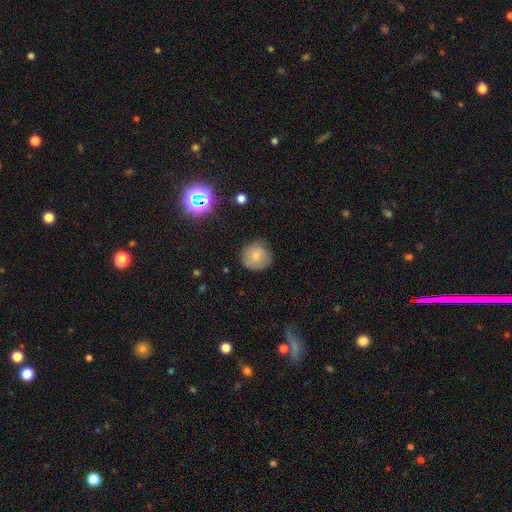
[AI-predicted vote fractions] smooth_or_featured: smooth (p=0.77) [alt: featured or disk p=0.14]
how_rounded: round (p=0.91) [alt: in between p=0.08]
merging: none (p=0.75) [alt: minor disturbance p=0.19]